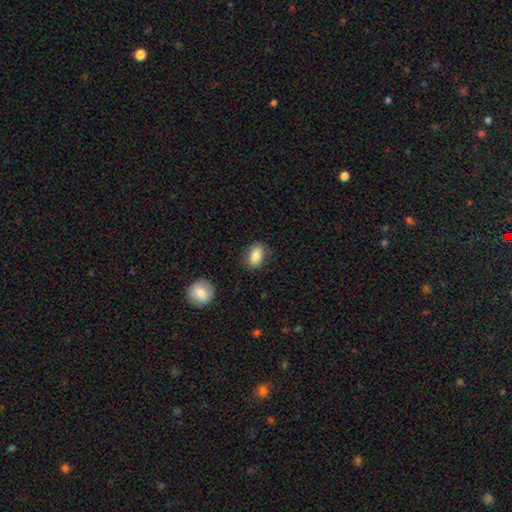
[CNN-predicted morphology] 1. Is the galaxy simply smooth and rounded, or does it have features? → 83% smooth, 8% featured or disk, 8% star or artifact.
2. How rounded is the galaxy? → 79% in between, 19% round, 2% cigar-shaped.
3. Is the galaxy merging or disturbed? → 82% none, 13% minor disturbance, 3% major disturbance, 2% merger.